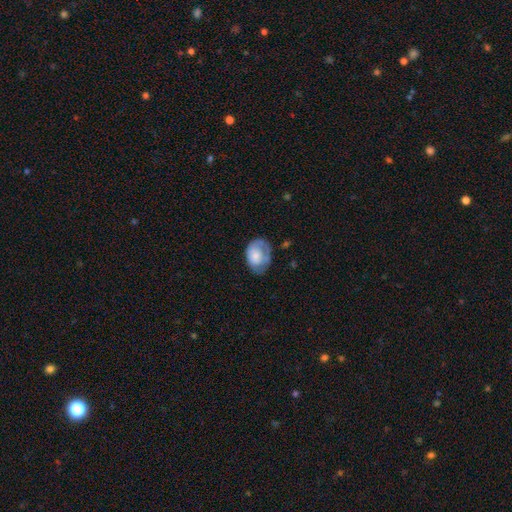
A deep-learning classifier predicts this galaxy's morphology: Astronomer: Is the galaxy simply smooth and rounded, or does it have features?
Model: smooth — 63%.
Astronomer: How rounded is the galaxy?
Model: in between — 76%.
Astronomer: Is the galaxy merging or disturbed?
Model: none — 46% (runner-up: minor disturbance, 31%).